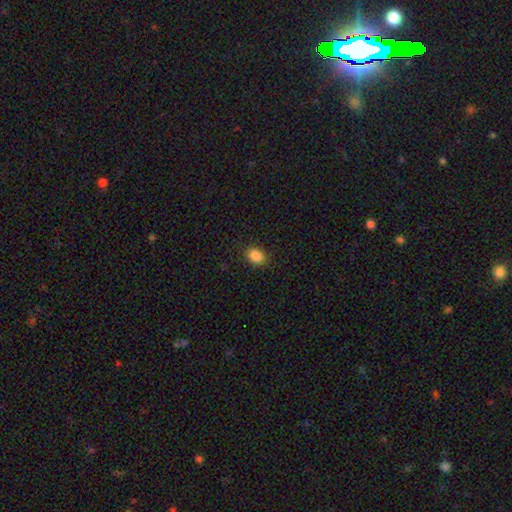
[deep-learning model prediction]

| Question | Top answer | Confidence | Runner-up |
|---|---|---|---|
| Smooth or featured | smooth | 88% | star or artifact (9%) |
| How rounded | in between | 70% | round (29%) |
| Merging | none | 89% | minor disturbance (8%) |